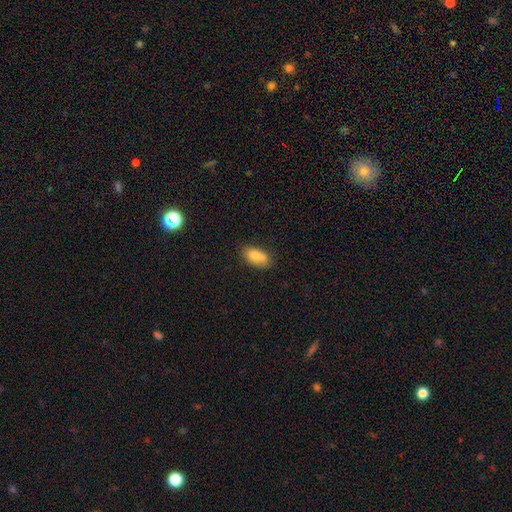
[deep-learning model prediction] Morphology: type=smooth (77%); roundness=in between (87%); merging=none (52%).